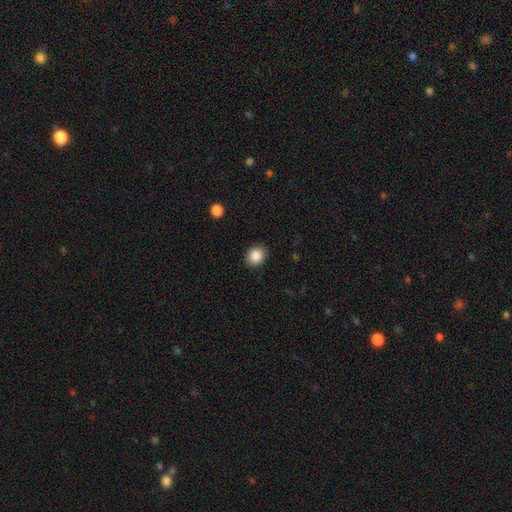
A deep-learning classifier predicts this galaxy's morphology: A smooth galaxy with no disk features (87%) that is round (54%).

Vote fractions:
- Smooth or featured? smooth: 87% / star or artifact: 9% / featured or disk: 4%
- How rounded? round: 54% / in between: 45% / cigar-shaped: 1%
- Merging? none: 89% / minor disturbance: 8% / major disturbance: 2% / merger: 1%